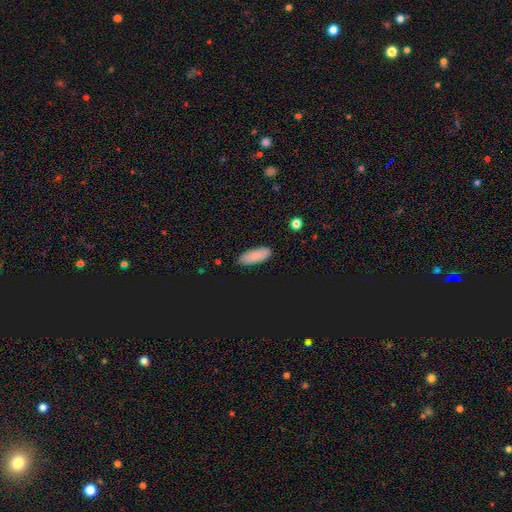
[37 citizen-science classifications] Smooth or featured?
  - smooth: 86% *
  - star or artifact: 8%
  - featured or disk: 5%
How rounded?
  - in between: 69% *
  - cigar-shaped: 28%
  - round: 3%
Merging?
  - none: 88% *
  - minor disturbance: 9%
  - major disturbance: 3%
  - merger: 0%